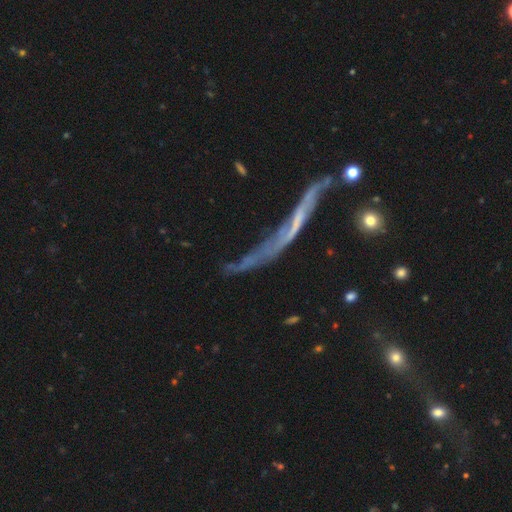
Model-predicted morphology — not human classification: This is likely a featured or disk galaxy (65%). It is possibly viewed edge-on (52%). Merging: marginally none (34%).